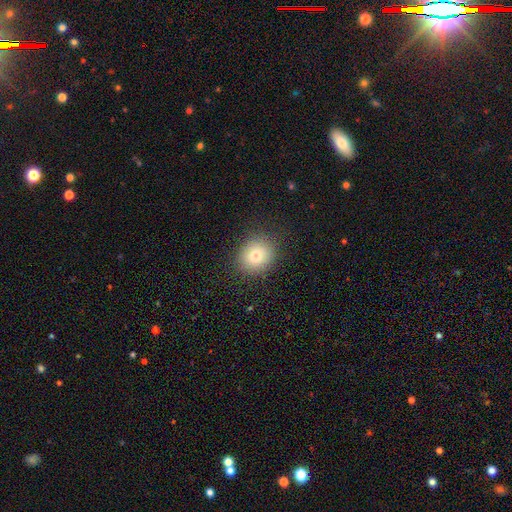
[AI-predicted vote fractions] smooth_or_featured: smooth (p=0.76) [alt: star or artifact p=0.13]
how_rounded: round (p=0.77) [alt: in between p=0.22]
merging: none (p=0.86) [alt: minor disturbance p=0.09]